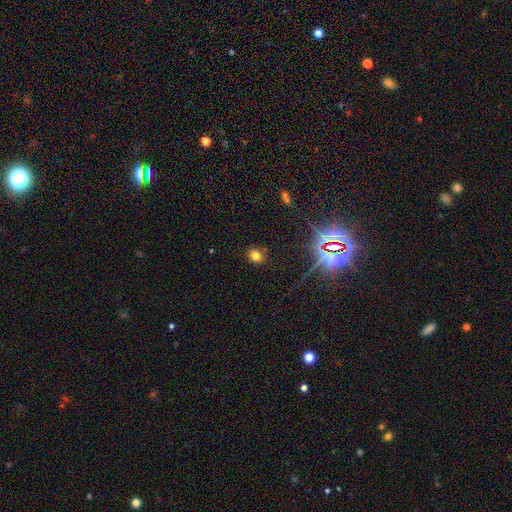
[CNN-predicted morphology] The model was most divided on "how rounded": round: 70%, in between: 29%, cigar-shaped: 1%. More confident: merging — none (87%); smooth or featured — smooth (72%).